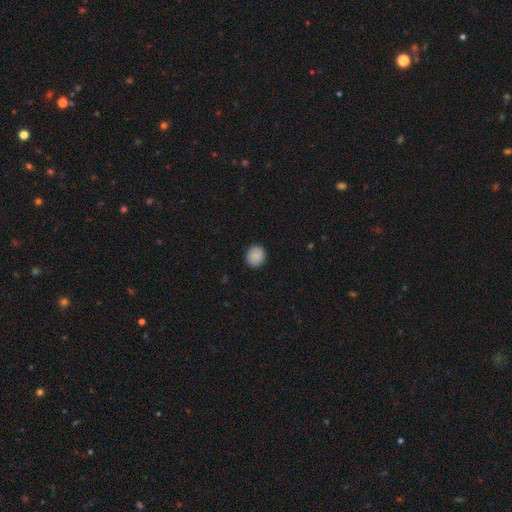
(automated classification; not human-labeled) This is clearly a smooth galaxy (90%). How rounded: clearly round (85%). Merging: clearly none (91%).